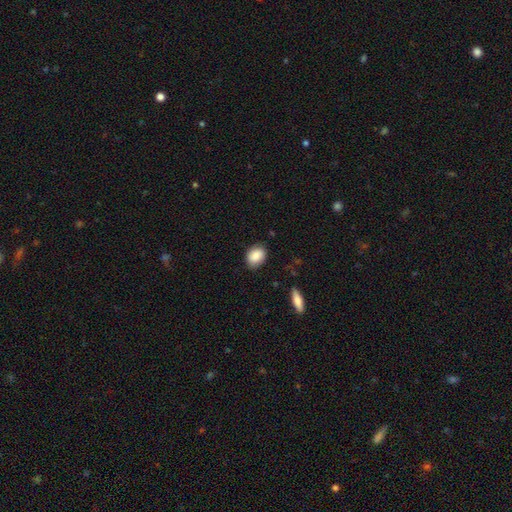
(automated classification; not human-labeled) smooth_or_featured: smooth (p=0.87) [alt: star or artifact p=0.07]
how_rounded: in between (p=0.65) [alt: round p=0.34]
merging: none (p=0.82) [alt: minor disturbance p=0.14]